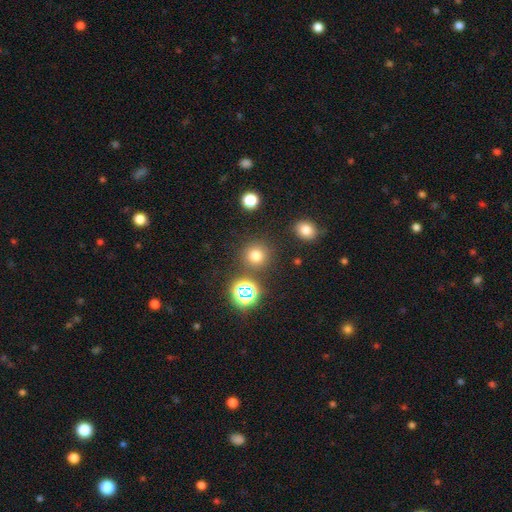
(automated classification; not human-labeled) Smooth or featured: smooth — 73% (star or artifact — 21%)
How rounded: round — 93% (in between — 6%)
Merging: none — 85% (minor disturbance — 7%)